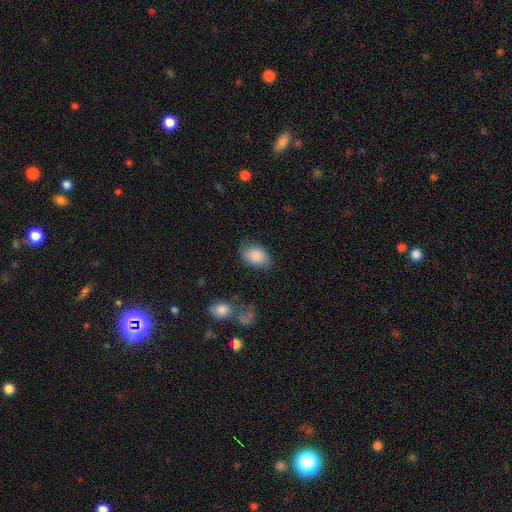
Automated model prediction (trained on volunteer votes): Smooth or featured: smooth — 86% (featured or disk — 7%)
How rounded: in between — 85% (round — 13%)
Merging: none — 73% (minor disturbance — 19%)